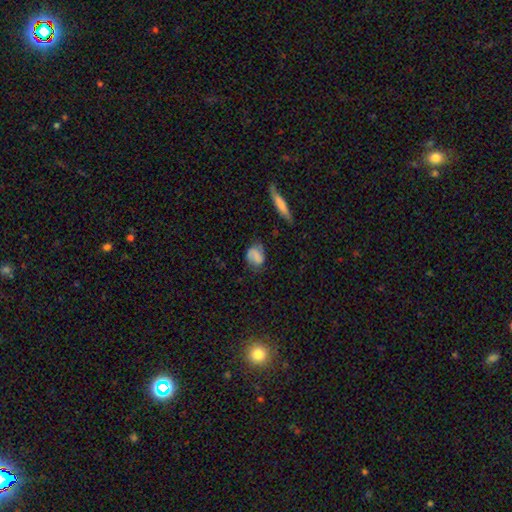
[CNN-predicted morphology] Smooth or featured?
  - smooth: 46% *
  - featured or disk: 45%
  - star or artifact: 9%
Merging?
  - none: 67% *
  - minor disturbance: 22%
  - major disturbance: 8%
  - merger: 3%